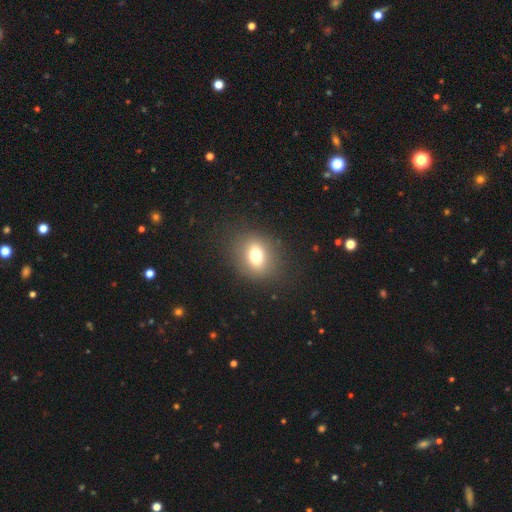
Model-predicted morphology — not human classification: This appears to be a smooth galaxy with no disk features (73%) that is round (51%). Merging: none (83%).